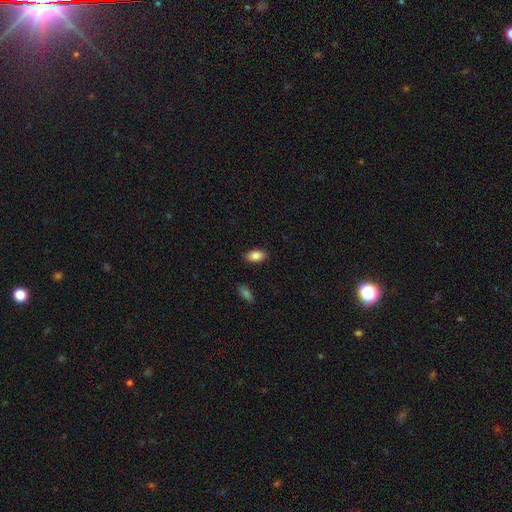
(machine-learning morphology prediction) Smooth or featured?
  - smooth: 85% *
  - star or artifact: 8%
  - featured or disk: 7%
How rounded?
  - in between: 92% *
  - round: 5%
  - cigar-shaped: 2%
Merging?
  - none: 87% *
  - minor disturbance: 9%
  - major disturbance: 2%
  - merger: 1%